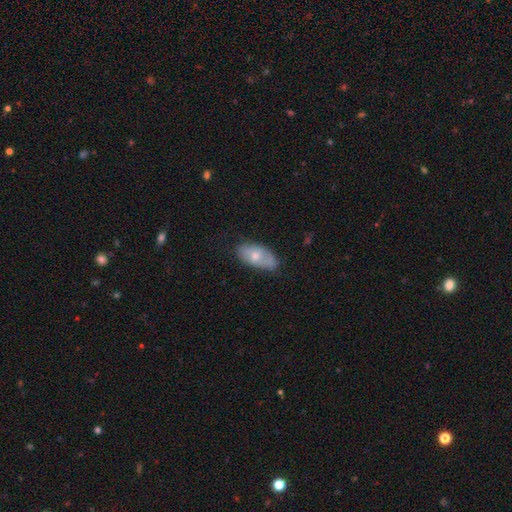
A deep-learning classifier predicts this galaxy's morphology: Overall: smooth (61%; featured or disk 32%). How rounded: in between (91%). Merging: none (69%).